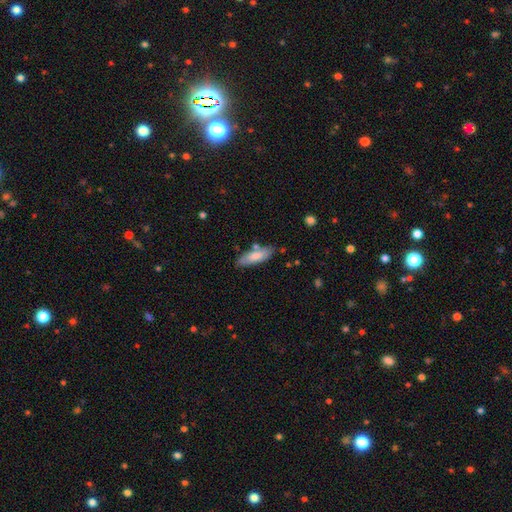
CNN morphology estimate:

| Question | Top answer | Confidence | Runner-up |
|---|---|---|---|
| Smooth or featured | smooth | 75% | featured or disk (19%) |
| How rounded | in between | 55% | cigar-shaped (43%) |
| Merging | none | 75% | minor disturbance (15%) |